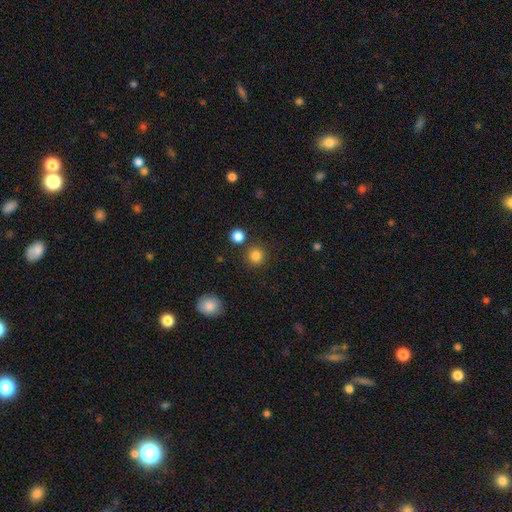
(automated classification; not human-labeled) A smooth galaxy with no disk features (83%) that is round (93%). Merging: none (85%).